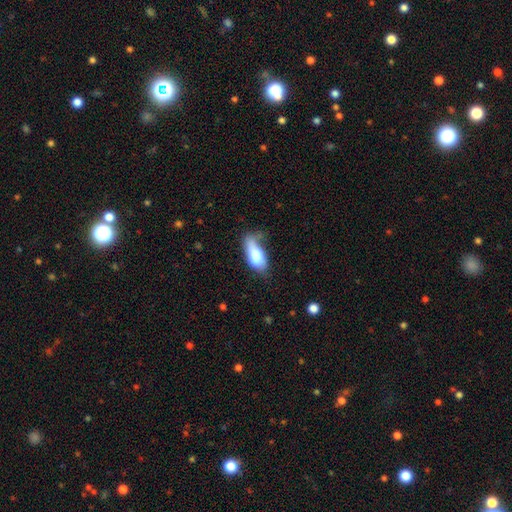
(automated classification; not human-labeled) Smooth or featured?
  - smooth: 77% *
  - featured or disk: 17%
  - star or artifact: 7%
How rounded?
  - in between: 83% *
  - cigar-shaped: 15%
  - round: 3%
Merging?
  - minor disturbance: 37% *
  - none: 34%
  - major disturbance: 21%
  - merger: 8%